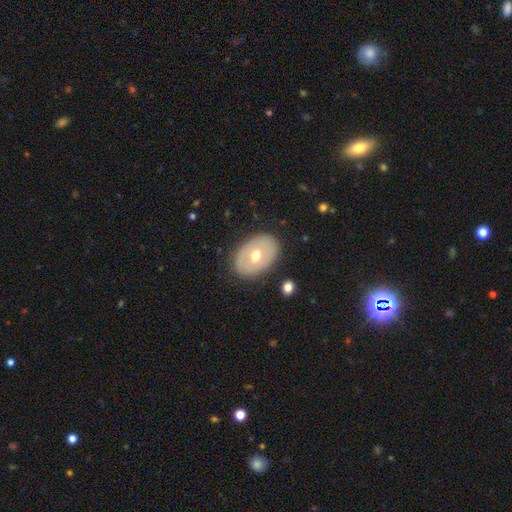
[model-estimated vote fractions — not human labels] Overall: smooth (48%; featured or disk 46%). Merging: none (84%).